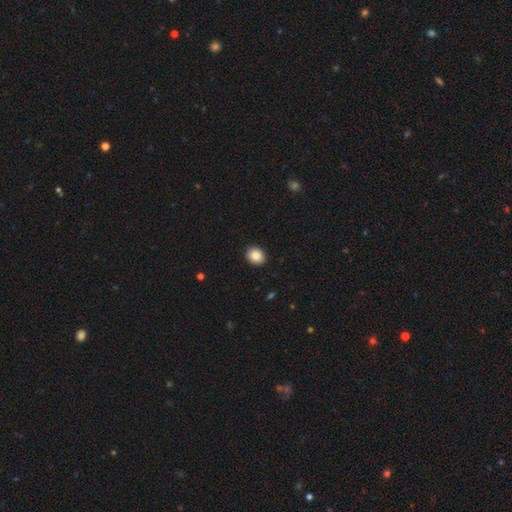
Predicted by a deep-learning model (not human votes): A smooth galaxy with no disk features (88%) that is round (60%).

Vote fractions:
- Smooth or featured? smooth: 88% / star or artifact: 8% / featured or disk: 4%
- How rounded? round: 60% / in between: 39% / cigar-shaped: 1%
- Merging? none: 89% / minor disturbance: 8% / major disturbance: 2% / merger: 1%